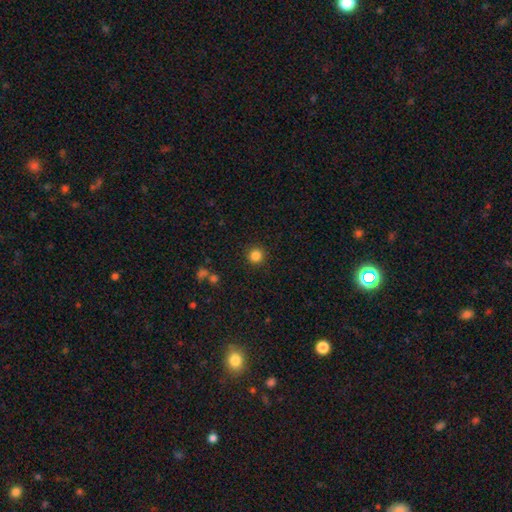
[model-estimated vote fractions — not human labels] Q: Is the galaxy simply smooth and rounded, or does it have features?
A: smooth — 84%.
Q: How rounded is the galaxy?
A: round — 95%.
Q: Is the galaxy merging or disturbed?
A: none — 92%.